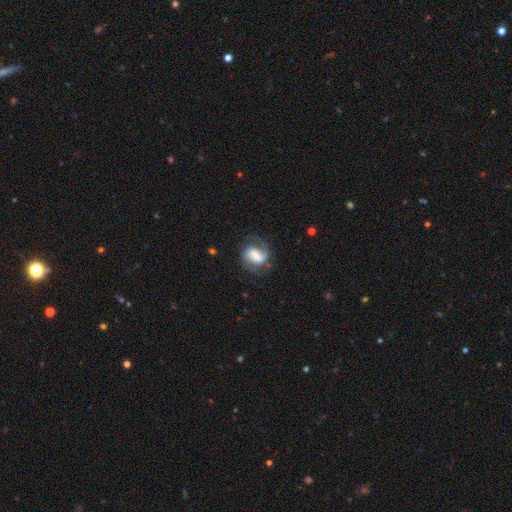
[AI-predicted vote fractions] Smooth or featured?
  - featured or disk: 74% *
  - smooth: 19%
  - star or artifact: 7%
Edge-on disk?
  - no: 98% *
  - yes: 2%
Bar?
  - weak: 45% *
  - strong: 33%
  - no: 23%
Spiral arms?
  - yes: 92% *
  - no: 8%
Spiral winding?
  - medium: 47% *
  - loose: 30%
  - tight: 23%
Spiral arm count?
  - 2: 73% *
  - 1: 18%
  - can't tell: 6%
  - 3: 2%
  - 4: 1%
  - more than 4: 1%
Bulge size?
  - moderate: 32% *
  - small: 30%
  - large: 20%
  - none: 14%
  - dominant: 4%
Merging?
  - none: 64% *
  - minor disturbance: 20%
  - major disturbance: 15%
  - merger: 2%